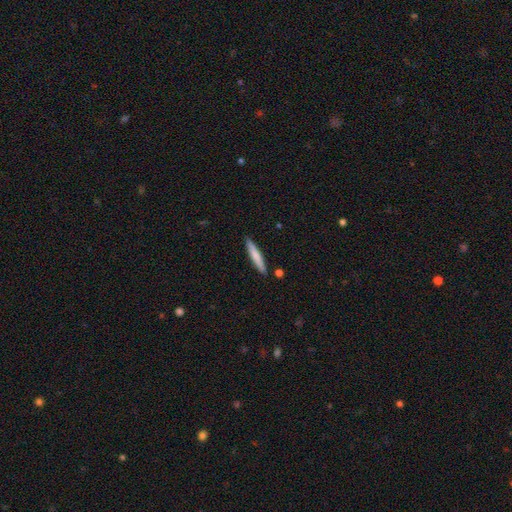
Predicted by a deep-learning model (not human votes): A smooth galaxy with no disk features (70%) that is cigar-shaped (94%). Merging: none (88%).